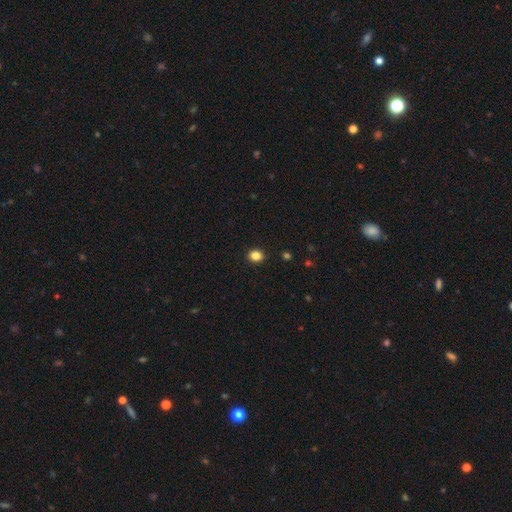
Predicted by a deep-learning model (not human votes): The model was most divided on "how rounded": round: 60%, in between: 39%, cigar-shaped: 1%. More confident: merging — none (91%); smooth or featured — smooth (85%).